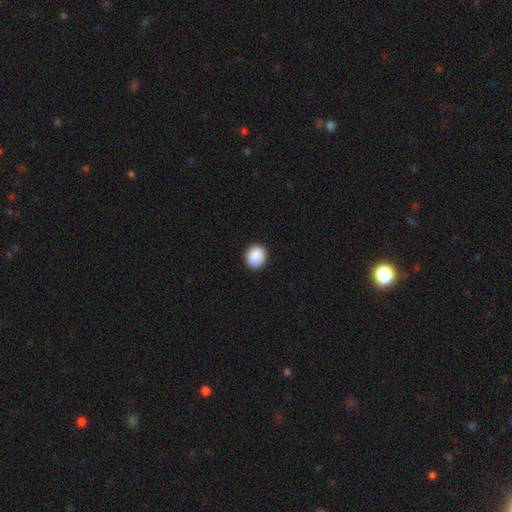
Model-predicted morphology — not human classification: This is clearly a smooth galaxy (90%). How rounded: clearly round (82%). Merging: clearly none (92%).